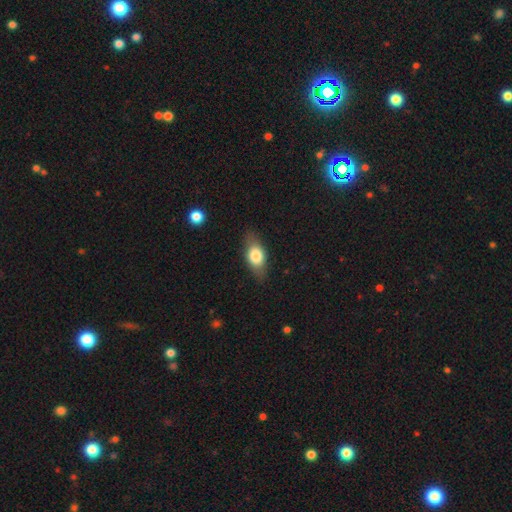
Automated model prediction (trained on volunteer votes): smooth_or_featured: smooth (p=0.70) [alt: featured or disk p=0.23]
how_rounded: in between (p=0.79) [alt: round p=0.11]
merging: none (p=0.80) [alt: minor disturbance p=0.14]